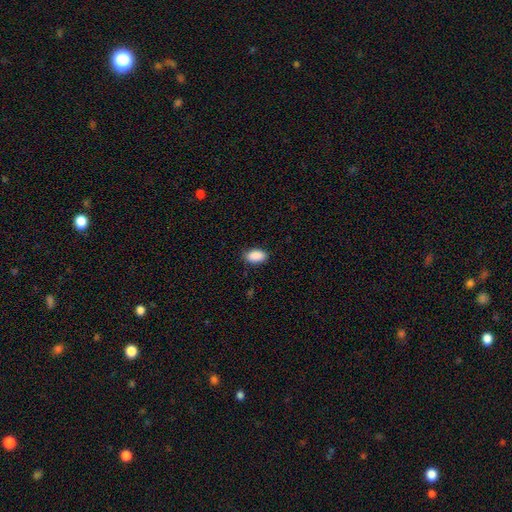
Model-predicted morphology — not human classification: Smooth or featured?
  - smooth: 90% *
  - star or artifact: 7%
  - featured or disk: 3%
How rounded?
  - in between: 93% *
  - round: 5%
  - cigar-shaped: 2%
Merging?
  - none: 85% *
  - minor disturbance: 11%
  - major disturbance: 2%
  - merger: 1%